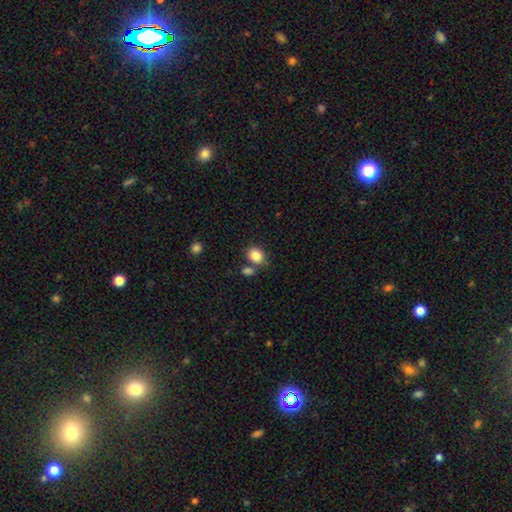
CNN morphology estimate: Q: Smooth or featured?
A: smooth (85%); runner-up: star or artifact (9%)
Q: How rounded?
A: round (55%); runner-up: in between (44%)
Q: Merging?
A: none (65%); runner-up: merger (19%)